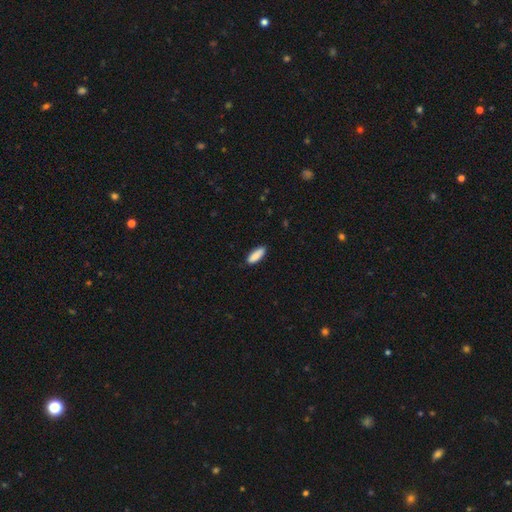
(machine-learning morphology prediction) This appears to be a smooth galaxy with no disk features (89%) that is in between round and cigar-shaped (63%). Merging: none (84%).